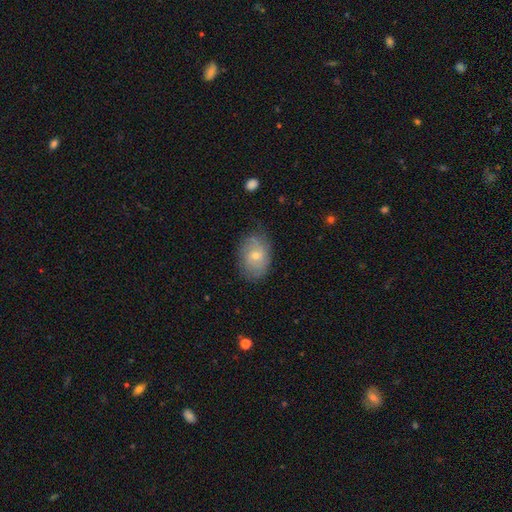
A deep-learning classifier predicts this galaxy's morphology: Smooth or featured? featured or disk (50%)
Merging? none (73%)